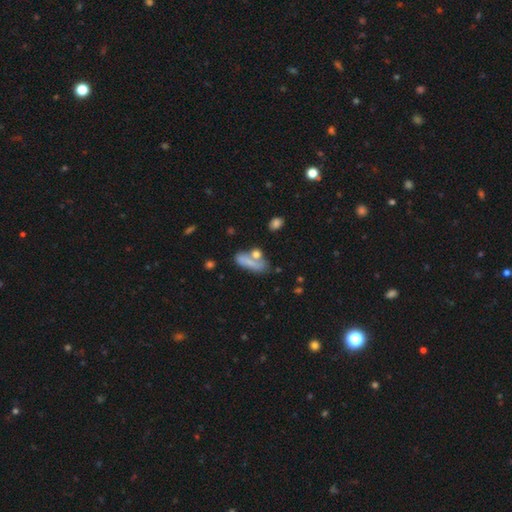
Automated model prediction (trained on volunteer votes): This is marginally a smooth galaxy (38%). Merging: possibly none (45%).